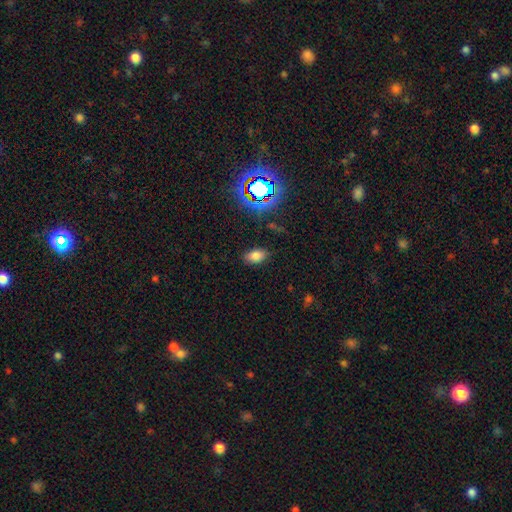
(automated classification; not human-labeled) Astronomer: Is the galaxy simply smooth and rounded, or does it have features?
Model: smooth — 74%.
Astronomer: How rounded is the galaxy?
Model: in between — 90%.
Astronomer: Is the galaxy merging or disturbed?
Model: none — 84%.